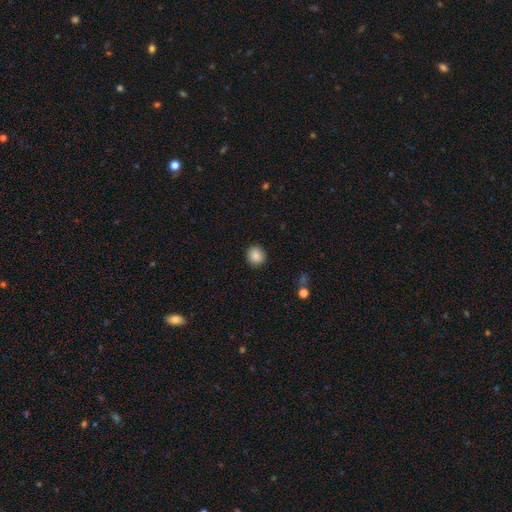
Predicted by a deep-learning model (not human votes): Smooth or featured: smooth — 85% (star or artifact — 9%)
How rounded: round — 87% (in between — 12%)
Merging: none — 91% (minor disturbance — 6%)